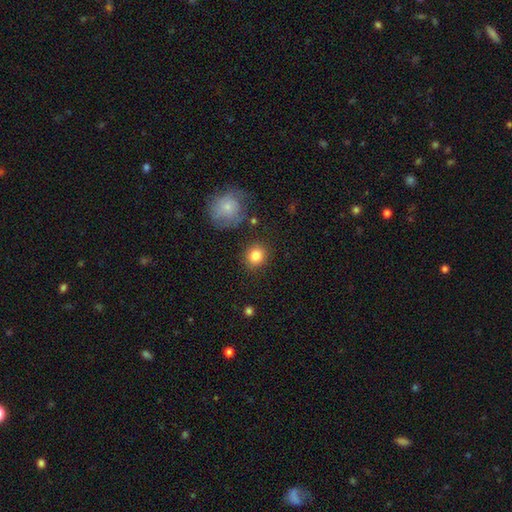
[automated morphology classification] Q: Smooth or featured?
A: smooth (84%); runner-up: star or artifact (9%)
Q: How rounded?
A: round (82%); runner-up: in between (17%)
Q: Merging?
A: none (86%); runner-up: minor disturbance (8%)